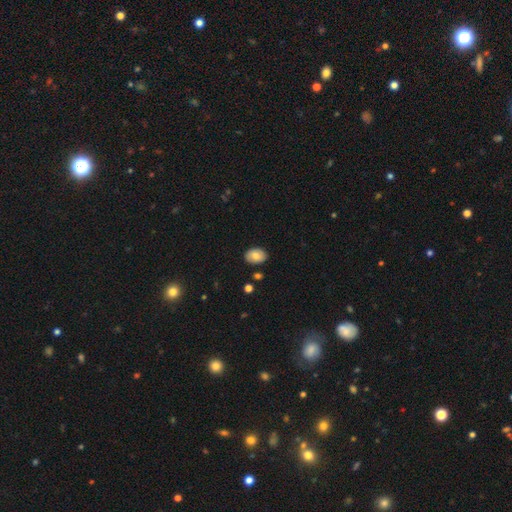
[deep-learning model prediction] The model was most divided on "smooth or featured": smooth: 77%, featured or disk: 16%, star or artifact: 8%. More confident: merging — none (86%); how rounded — in between (80%).